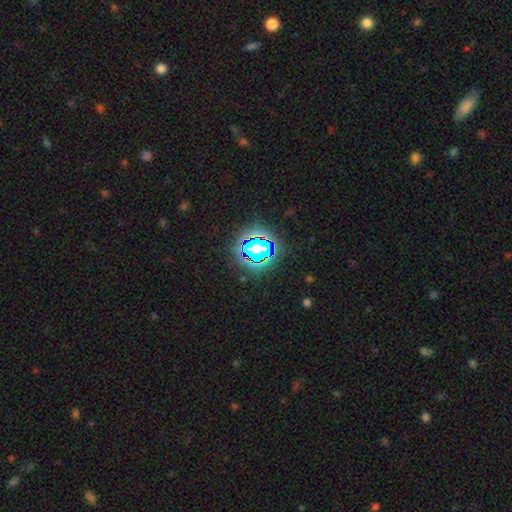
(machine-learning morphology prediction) Q: Smooth or featured?
A: star or artifact (80%); runner-up: smooth (13%)